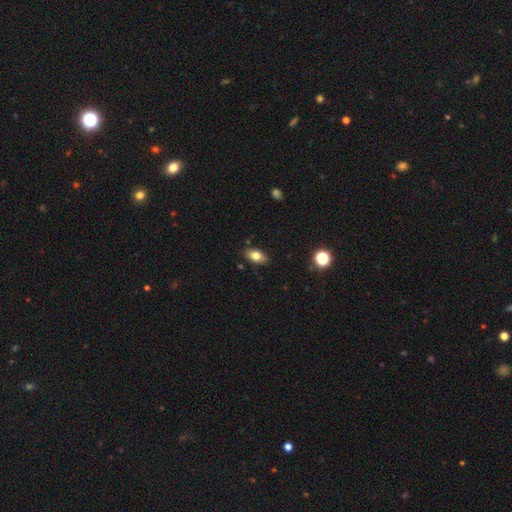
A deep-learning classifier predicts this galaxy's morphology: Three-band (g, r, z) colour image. It shows a smooth galaxy with no disk features (79%) that is in between round and cigar-shaped (89%). Merging: none (85%).